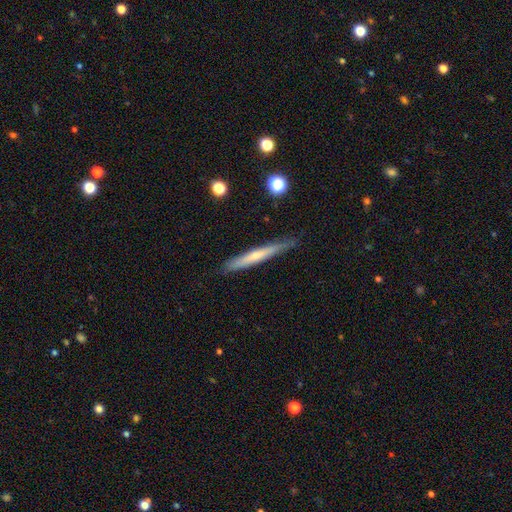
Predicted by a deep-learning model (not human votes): smooth_or_featured: smooth (p=0.48) [alt: featured or disk p=0.46]
merging: none (p=0.84) [alt: minor disturbance p=0.12]